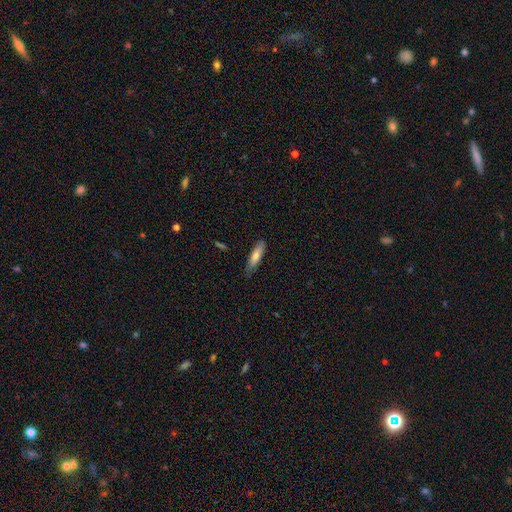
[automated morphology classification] type=smooth (74%); roundness=cigar-shaped (65%); merging=none (76%).